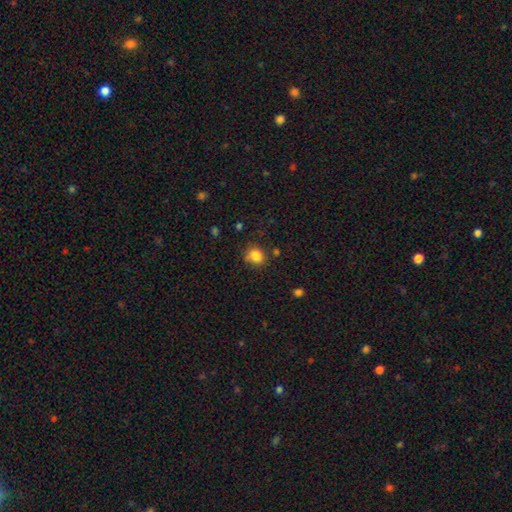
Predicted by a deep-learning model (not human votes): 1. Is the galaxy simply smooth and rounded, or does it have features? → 83% smooth, 11% star or artifact, 6% featured or disk.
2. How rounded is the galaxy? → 68% round, 31% in between, 1% cigar-shaped.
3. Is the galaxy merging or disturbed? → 71% none, 18% minor disturbance, 6% merger, 5% major disturbance.